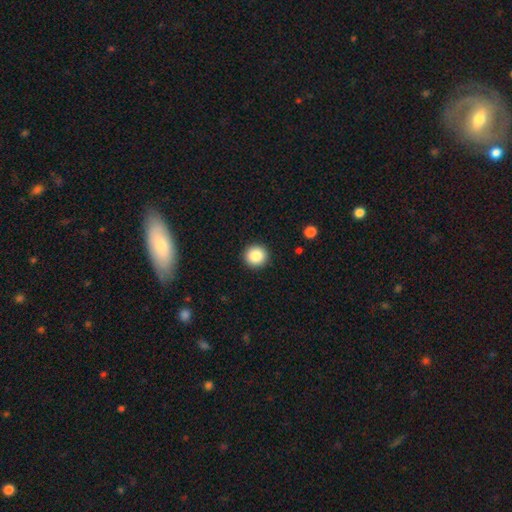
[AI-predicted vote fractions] Q: Smooth or featured?
A: smooth (86%); runner-up: star or artifact (9%)
Q: How rounded?
A: round (95%); runner-up: in between (4%)
Q: Merging?
A: none (93%); runner-up: minor disturbance (5%)